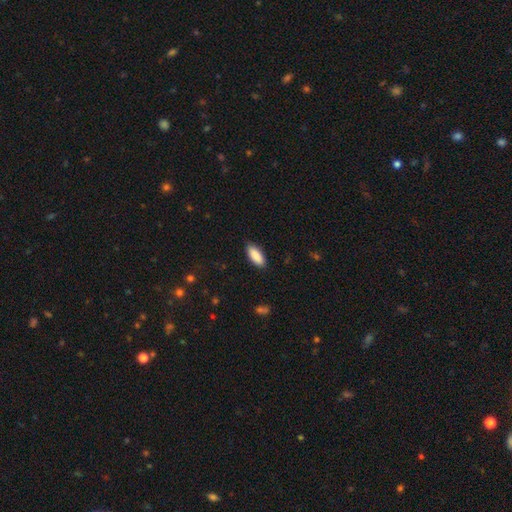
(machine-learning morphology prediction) Smooth or featured: smooth — 90% (star or artifact — 6%)
How rounded: in between — 84% (cigar-shaped — 14%)
Merging: none — 87% (minor disturbance — 10%)